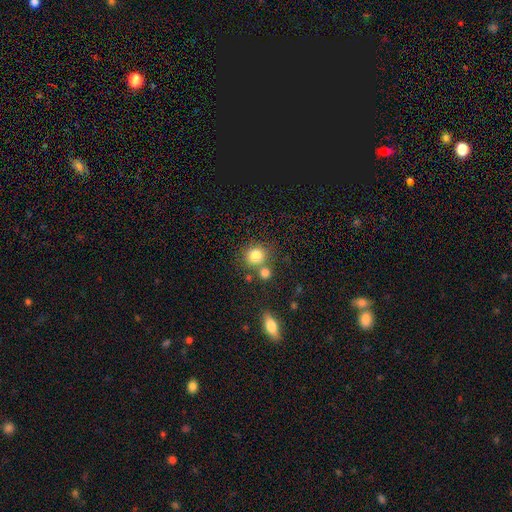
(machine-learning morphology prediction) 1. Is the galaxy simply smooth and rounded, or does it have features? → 82% smooth, 11% star or artifact, 7% featured or disk.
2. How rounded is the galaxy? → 82% round, 17% in between, 1% cigar-shaped.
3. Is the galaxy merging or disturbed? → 65% none, 21% merger, 10% minor disturbance, 4% major disturbance.